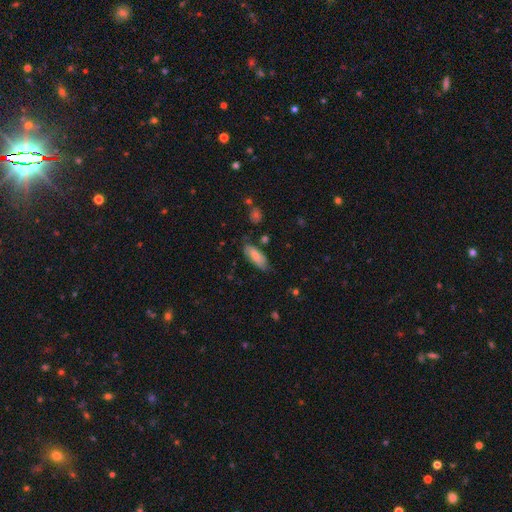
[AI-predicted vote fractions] Overall: smooth (69%). How rounded: in between (77%). Merging: none (65%; minor disturbance 25%).